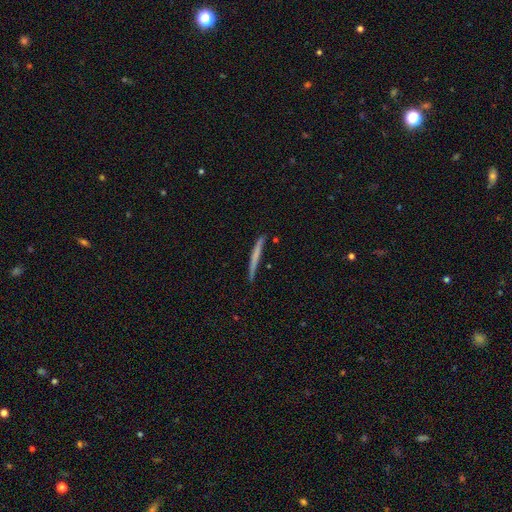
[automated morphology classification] Smooth or featured? smooth (54%)
How rounded? cigar-shaped (97%)
Merging? none (87%)